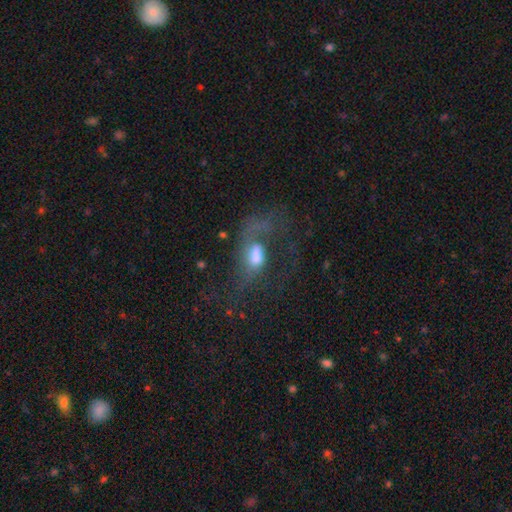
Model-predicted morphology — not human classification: Smooth or featured? featured or disk (55%)
Edge-on disk? no (93%)
Bar? no (55%)
Spiral arms? yes (64%)
Bulge size? moderate (49%)
Merging? major disturbance (49%)